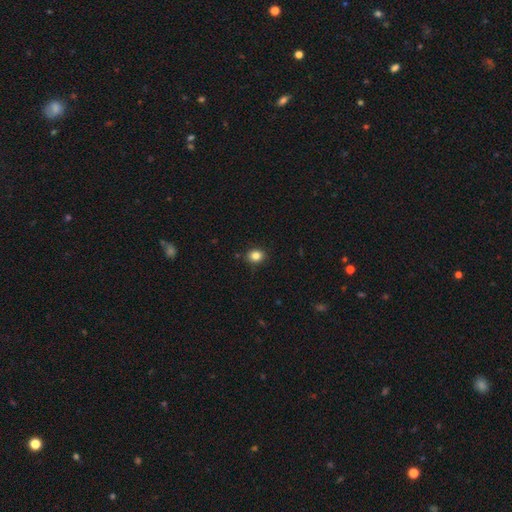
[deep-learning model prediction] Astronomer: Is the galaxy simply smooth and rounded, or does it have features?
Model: smooth — 83%.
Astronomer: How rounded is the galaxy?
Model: round — 65%.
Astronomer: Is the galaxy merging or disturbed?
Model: none — 88%.